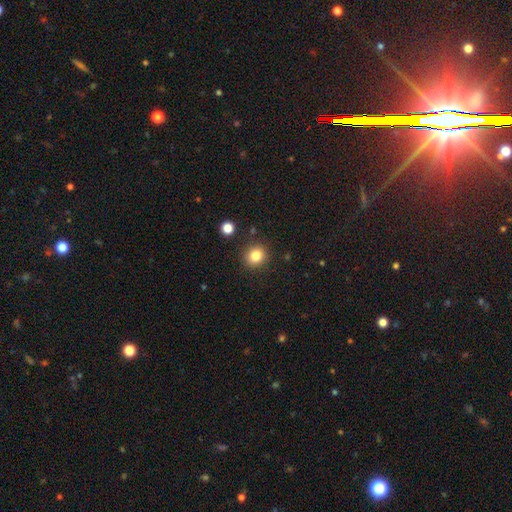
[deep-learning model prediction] Smooth or featured? Predicted: smooth (p=0.82). How rounded? Predicted: round (p=0.83). Merging? Predicted: none (p=0.88).